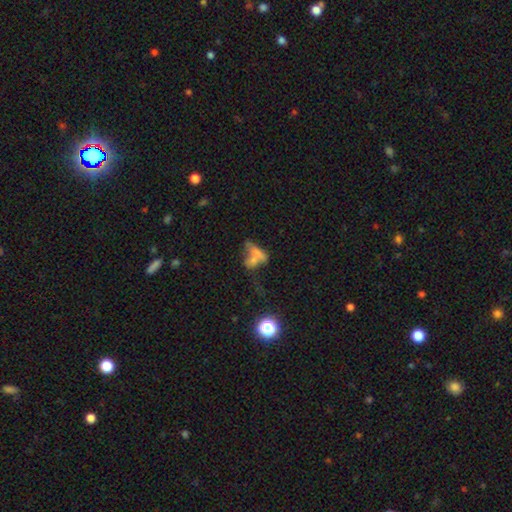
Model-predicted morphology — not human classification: Q: Smooth or featured?
A: smooth (53%); runner-up: featured or disk (28%)
Q: How rounded?
A: in between (64%); runner-up: cigar-shaped (22%)
Q: Merging?
A: merger (50%); runner-up: none (22%)